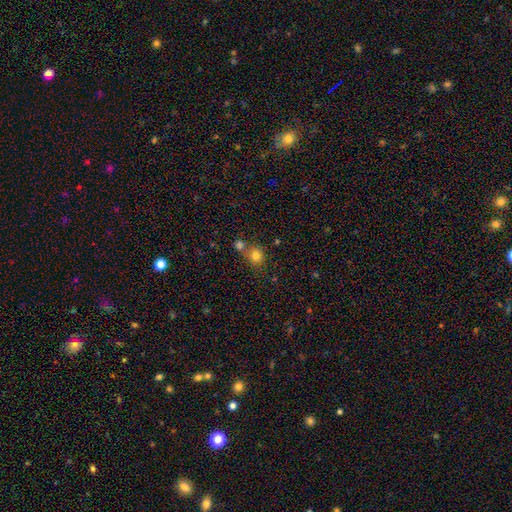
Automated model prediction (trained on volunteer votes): A smooth galaxy with no disk features (80%) that is round (86%).

Vote fractions:
- Smooth or featured? smooth: 80% / star or artifact: 13% / featured or disk: 7%
- How rounded? round: 86% / in between: 13% / cigar-shaped: 1%
- Merging? none: 64% / merger: 24% / minor disturbance: 9% / major disturbance: 3%